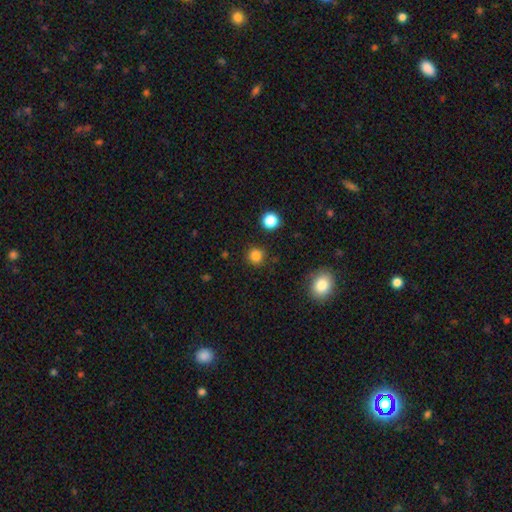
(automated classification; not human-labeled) A smooth galaxy with no disk features (82%) that is round (92%).

Vote fractions:
- Smooth or featured? smooth: 82% / star or artifact: 14% / featured or disk: 4%
- How rounded? round: 92% / in between: 7% / cigar-shaped: 1%
- Merging? none: 88% / minor disturbance: 7% / major disturbance: 2% / merger: 2%